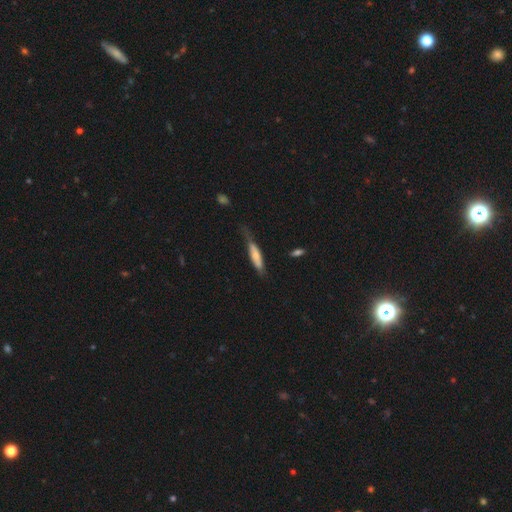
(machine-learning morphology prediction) smooth 67%, featured or disk 27%, star or artifact 6%. Down the decision tree: how rounded — cigar-shaped (74%); merging — none (42%).